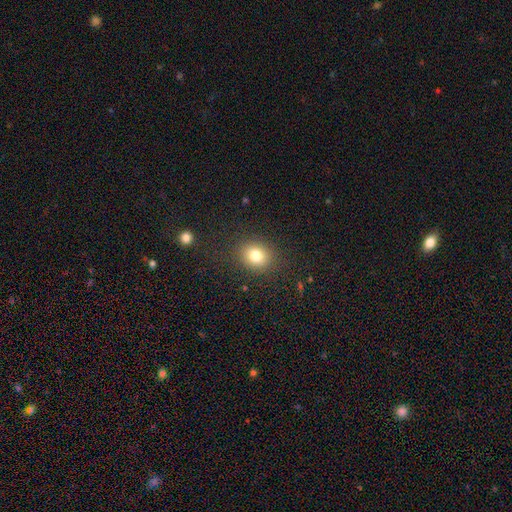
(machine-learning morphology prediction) Q: Smooth or featured?
A: smooth (80%); runner-up: star or artifact (12%)
Q: How rounded?
A: round (65%); runner-up: in between (34%)
Q: Merging?
A: none (86%); runner-up: minor disturbance (9%)